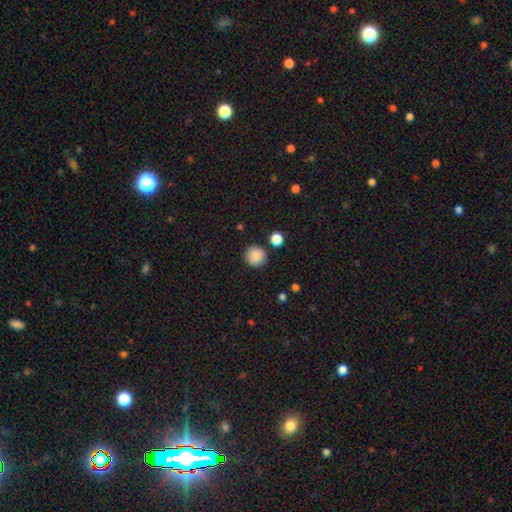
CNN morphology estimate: Smooth or featured? Predicted: smooth (p=0.86). How rounded? Predicted: round (p=0.94). Merging? Predicted: none (p=0.88).